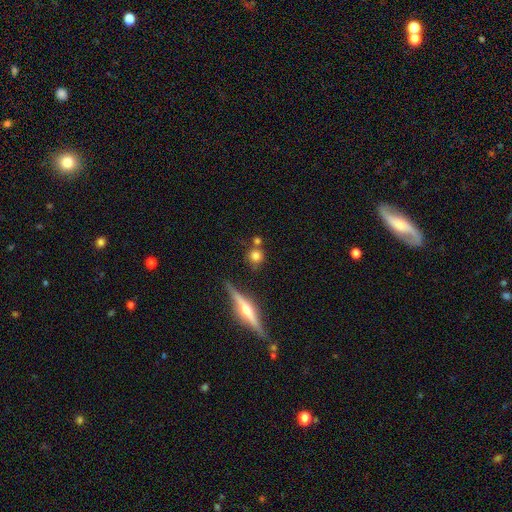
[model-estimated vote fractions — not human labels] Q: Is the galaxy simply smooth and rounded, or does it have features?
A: smooth — 69%.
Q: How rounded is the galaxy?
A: round — 89%.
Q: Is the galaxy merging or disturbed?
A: none — 70%.